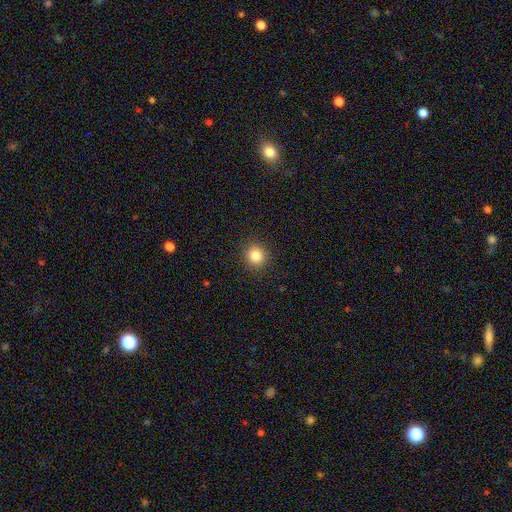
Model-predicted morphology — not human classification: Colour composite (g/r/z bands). It shows a smooth galaxy with no disk features (84%) that is round (89%). Merging: none (91%).